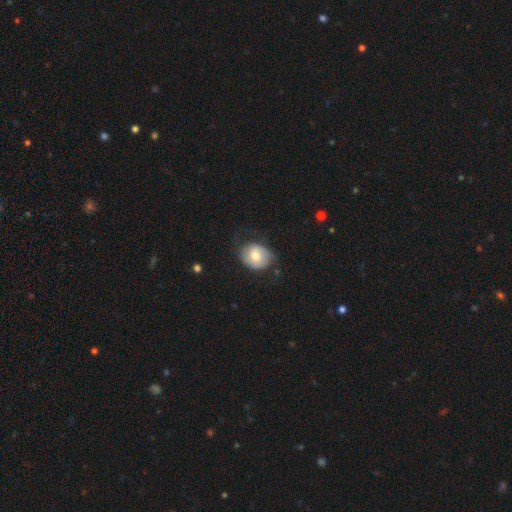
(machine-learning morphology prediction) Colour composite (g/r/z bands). It shows a smooth galaxy with no disk features (70%) that is in between round and cigar-shaped (51%). Merging: none (62%).